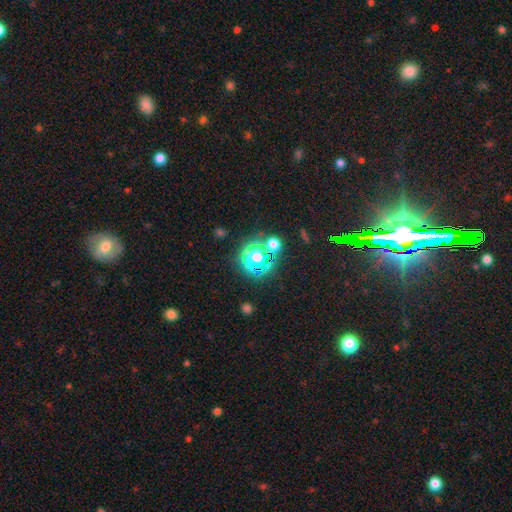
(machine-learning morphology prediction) Smooth or featured? smooth (45%, tied with star or artifact)
Merging? none (64%)